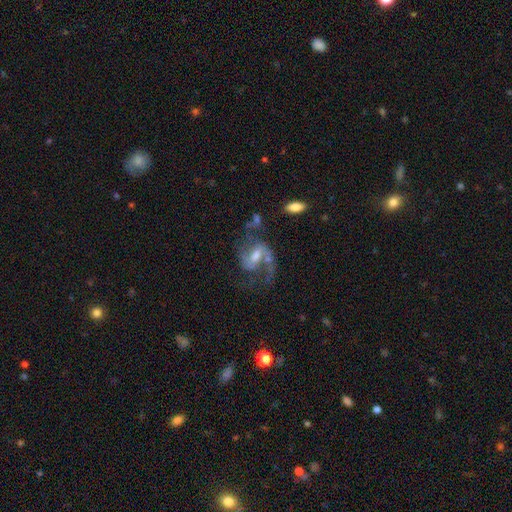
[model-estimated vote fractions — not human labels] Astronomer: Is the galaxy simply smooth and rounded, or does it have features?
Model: featured or disk — 85%.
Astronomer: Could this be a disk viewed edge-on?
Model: no — 97%.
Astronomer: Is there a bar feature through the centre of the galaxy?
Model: weak — 53%.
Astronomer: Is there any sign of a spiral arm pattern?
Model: yes — 95%.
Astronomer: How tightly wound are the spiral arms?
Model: medium — 52% (runner-up: loose, 36%).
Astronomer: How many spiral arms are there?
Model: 2 — 81%.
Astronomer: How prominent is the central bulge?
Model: moderate — 52% (runner-up: small, 31%).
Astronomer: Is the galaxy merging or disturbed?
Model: none — 53%.